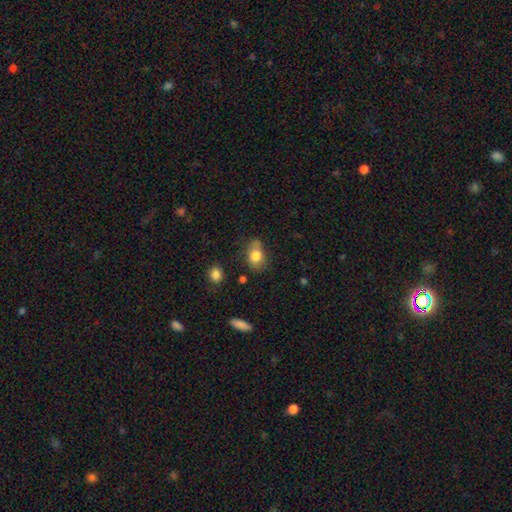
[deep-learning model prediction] smooth_or_featured: smooth (p=0.78) [alt: featured or disk p=0.13]
how_rounded: in between (p=0.73) [alt: round p=0.25]
merging: none (p=0.58) [alt: minor disturbance p=0.27]